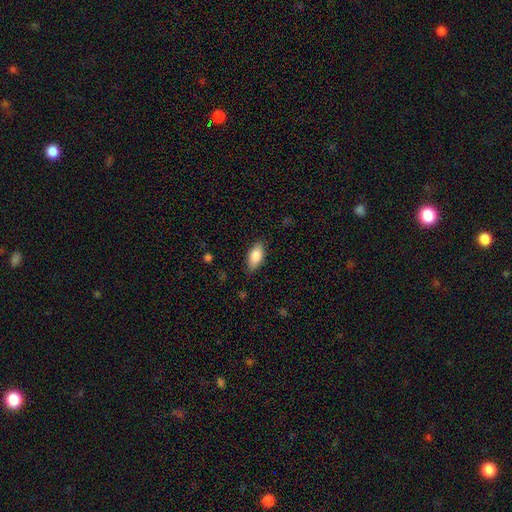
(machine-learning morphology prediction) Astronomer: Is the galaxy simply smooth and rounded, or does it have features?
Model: smooth — 83%.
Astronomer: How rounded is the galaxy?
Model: in between — 89%.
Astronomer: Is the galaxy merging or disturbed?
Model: none — 84%.